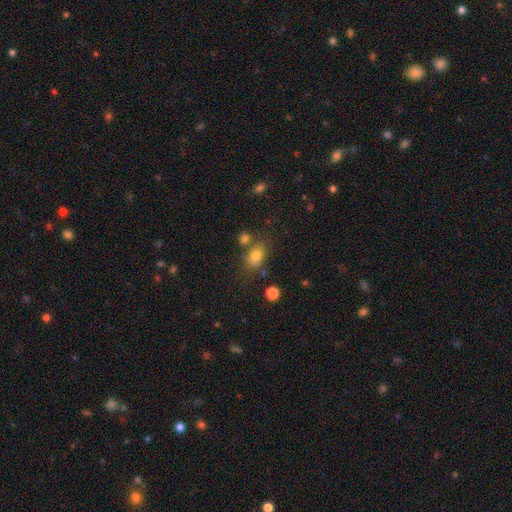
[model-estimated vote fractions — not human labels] This is likely a smooth galaxy (78%). How rounded: likely in between (68%). Merging: likely none (62%).